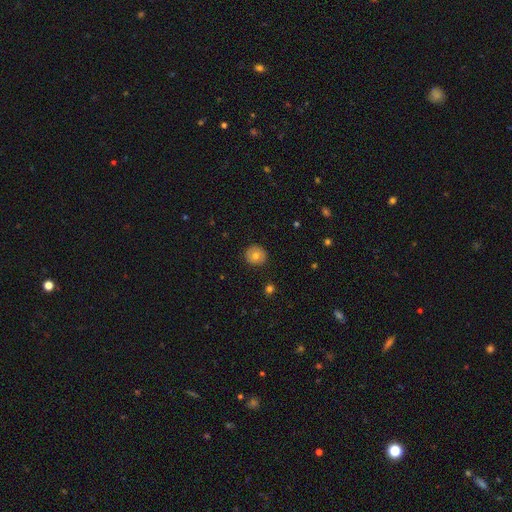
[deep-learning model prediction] smooth-or-featured: smooth: 70% | featured or disk: 22% | star or artifact: 9%
  how-rounded: round: 90% | in between: 9% | cigar-shaped: 1%
  merging: none: 88% | minor disturbance: 9% | major disturbance: 2% | merger: 1%